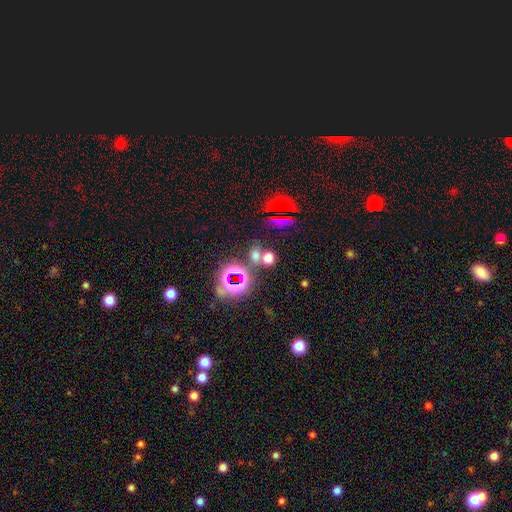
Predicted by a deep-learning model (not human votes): Overall: smooth (48%; star or artifact 44%). Merging: none (65%).